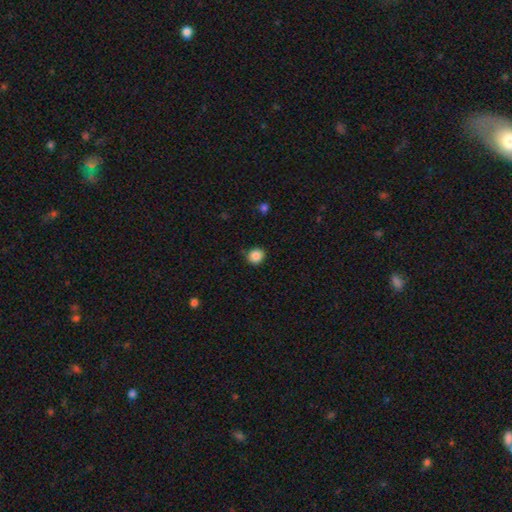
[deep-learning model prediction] This is clearly a smooth galaxy (86%). How rounded: clearly round (88%). Merging: clearly none (84%).